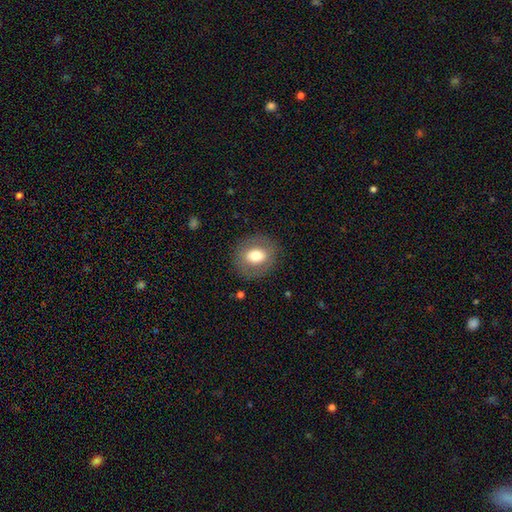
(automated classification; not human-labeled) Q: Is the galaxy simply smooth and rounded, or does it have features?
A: smooth — 67%.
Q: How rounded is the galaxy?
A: round — 61%.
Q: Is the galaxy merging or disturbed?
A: none — 84%.